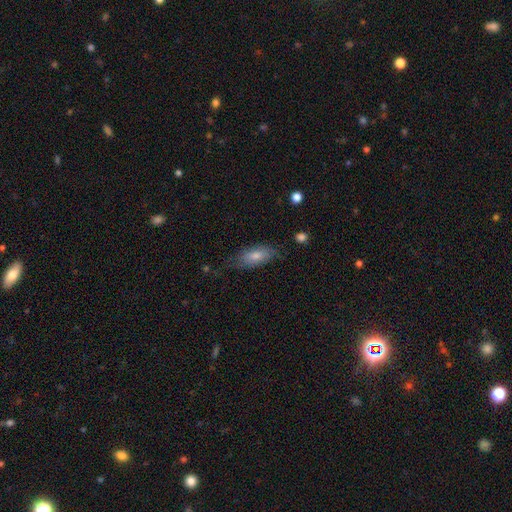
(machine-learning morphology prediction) Q: Smooth or featured?
A: smooth (66%); runner-up: featured or disk (25%)
Q: How rounded?
A: in between (77%); runner-up: cigar-shaped (19%)
Q: Merging?
A: none (63%); runner-up: minor disturbance (27%)